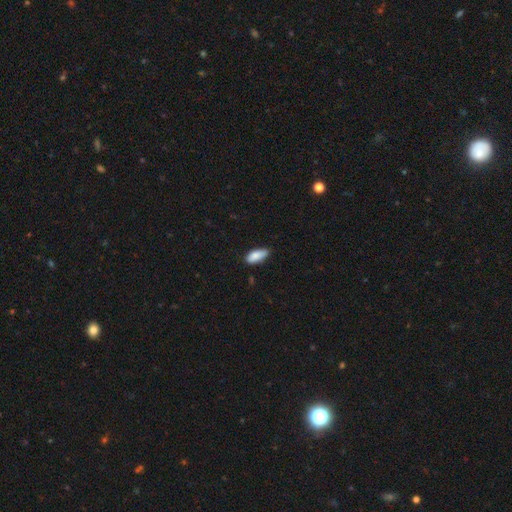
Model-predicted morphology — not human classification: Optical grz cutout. It shows a smooth galaxy with no disk features (86%) that is in between round and cigar-shaped (83%). Merging: none (65%).